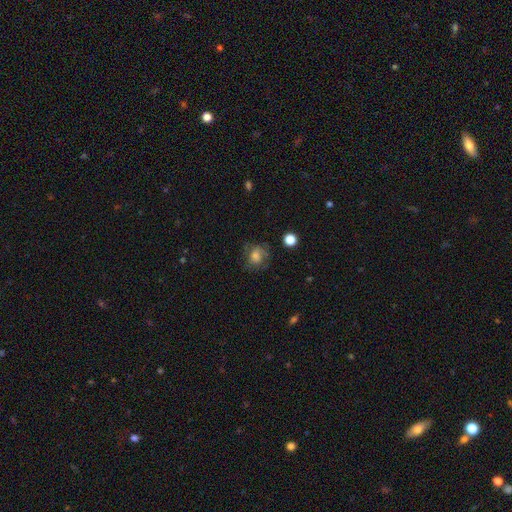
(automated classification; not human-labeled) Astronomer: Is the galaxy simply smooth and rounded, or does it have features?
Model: smooth — 61%.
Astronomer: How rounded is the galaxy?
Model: round — 67%.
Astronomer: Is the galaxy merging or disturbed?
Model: none — 58%.